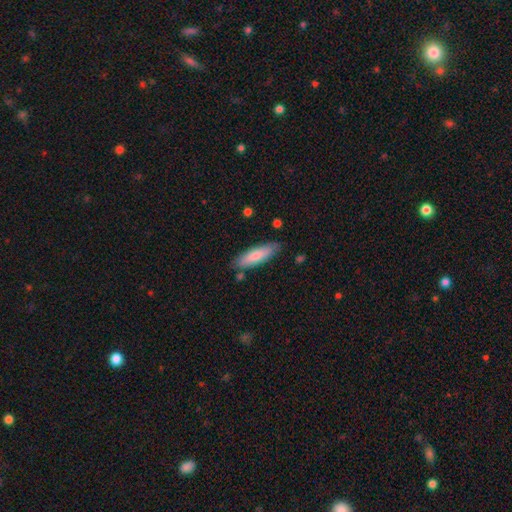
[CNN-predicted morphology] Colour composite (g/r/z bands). It shows a smooth galaxy with no disk features (78%) that is cigar-shaped (59%). Merging: none (82%).